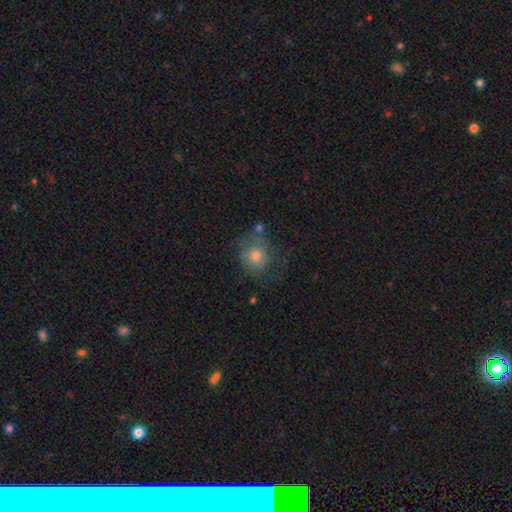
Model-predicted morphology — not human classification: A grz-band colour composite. It shows a smooth galaxy with no disk features (60%) that is round (80%). Merging: none (55%).